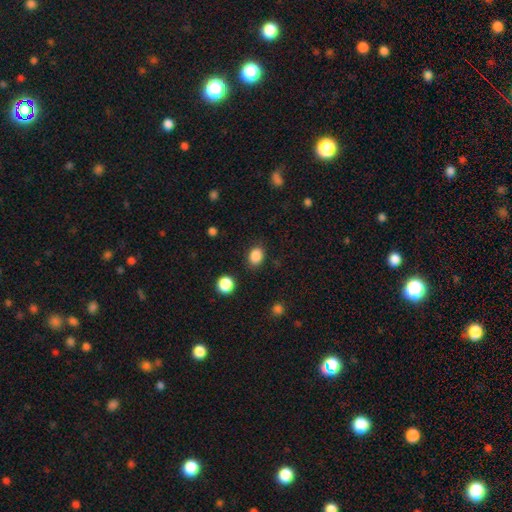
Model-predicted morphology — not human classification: Smooth or featured? Predicted: smooth (p=0.86). How rounded? Predicted: in between (p=0.59). Merging? Predicted: none (p=0.84).